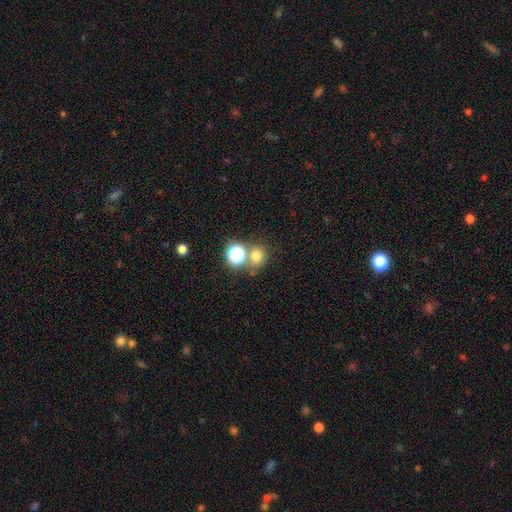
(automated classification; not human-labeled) Smooth or featured?
  - smooth: 71% *
  - star or artifact: 21%
  - featured or disk: 7%
How rounded?
  - round: 78% *
  - in between: 21%
  - cigar-shaped: 1%
Merging?
  - none: 63% *
  - merger: 25%
  - minor disturbance: 8%
  - major disturbance: 4%